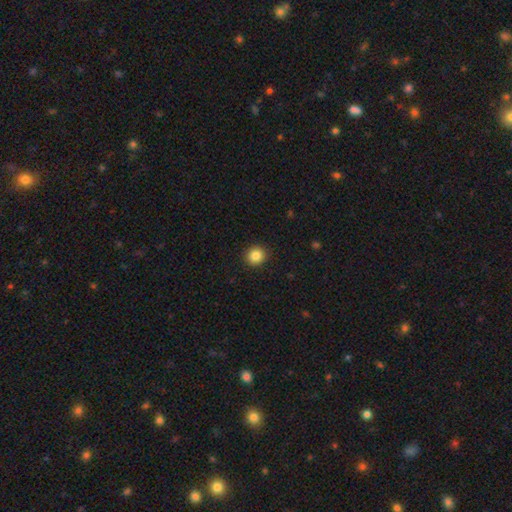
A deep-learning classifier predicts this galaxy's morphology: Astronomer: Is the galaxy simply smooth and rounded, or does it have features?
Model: smooth — 86%.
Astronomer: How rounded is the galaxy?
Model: round — 88%.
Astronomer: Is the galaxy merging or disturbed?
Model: none — 92%.